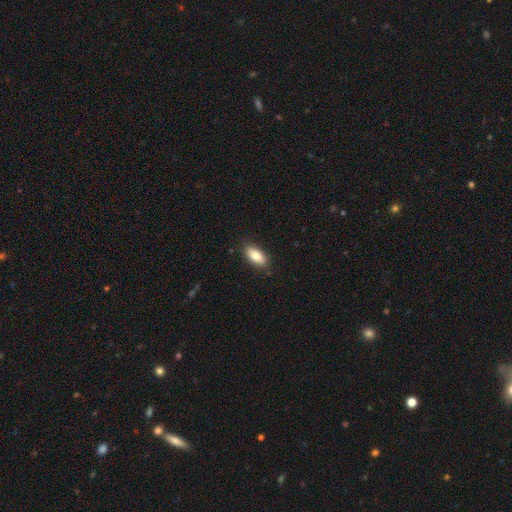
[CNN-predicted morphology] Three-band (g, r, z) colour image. It shows a smooth galaxy with no disk features (83%) that is in between round and cigar-shaped (87%). Merging: none (86%).